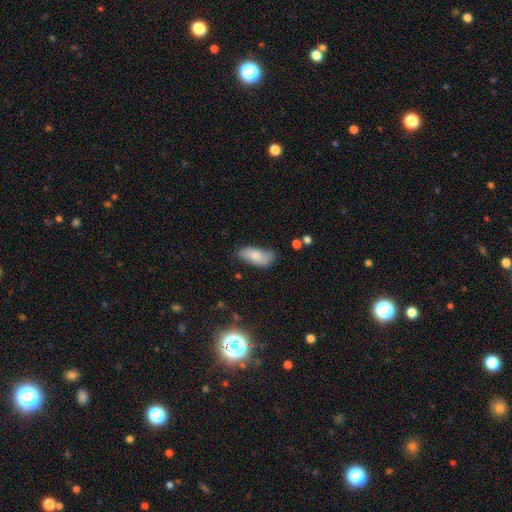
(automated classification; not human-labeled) This is likely a smooth galaxy (77%). How rounded: clearly in between (88%). Merging: likely none (62%).